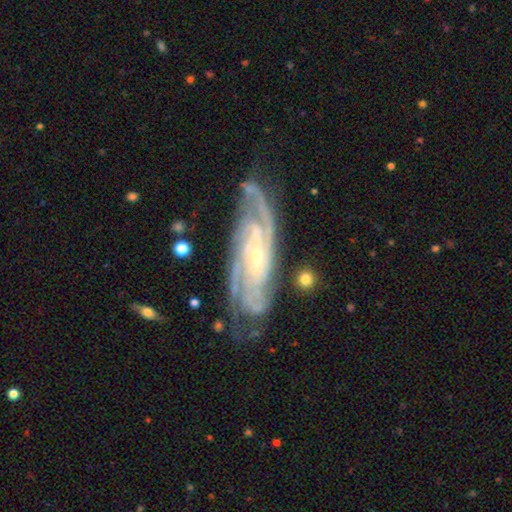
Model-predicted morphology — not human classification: Smooth or featured?
  - featured or disk: 91% *
  - star or artifact: 5%
  - smooth: 4%
Edge-on disk?
  - no: 92% *
  - yes: 8%
Bar?
  - no: 51% *
  - weak: 31%
  - strong: 18%
Spiral arms?
  - yes: 98% *
  - no: 2%
Spiral winding?
  - tight: 64% *
  - medium: 31%
  - loose: 5%
Spiral arm count?
  - 3: 29% *
  - 4: 23%
  - 2: 21%
  - can't tell: 15%
  - more than 4: 7%
  - 1: 6%
Bulge size?
  - small: 75% *
  - moderate: 21%
  - none: 1%
  - large: 1%
  - dominant: 1%
Merging?
  - none: 74% *
  - minor disturbance: 18%
  - major disturbance: 6%
  - merger: 2%